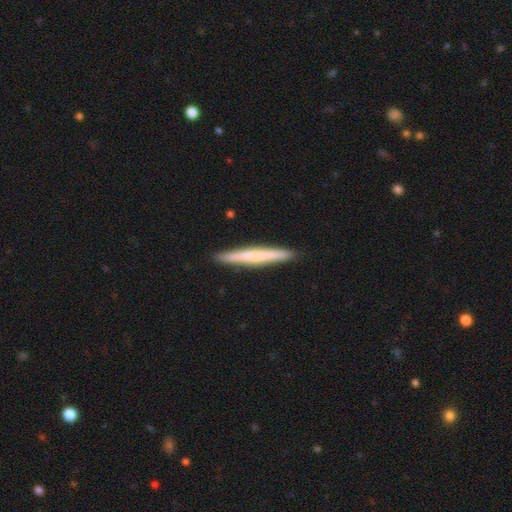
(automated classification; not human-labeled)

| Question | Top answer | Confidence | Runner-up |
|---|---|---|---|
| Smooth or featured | smooth | 53% | featured or disk (41%) |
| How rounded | cigar-shaped | 97% | in between (2%) |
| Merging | none | 92% | minor disturbance (6%) |